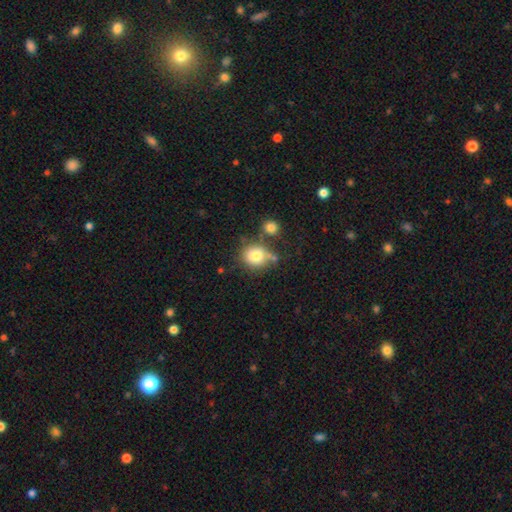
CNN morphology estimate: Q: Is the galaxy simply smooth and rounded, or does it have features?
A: smooth — 79%.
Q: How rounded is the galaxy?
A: round — 78%.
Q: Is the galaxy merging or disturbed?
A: none — 61%.